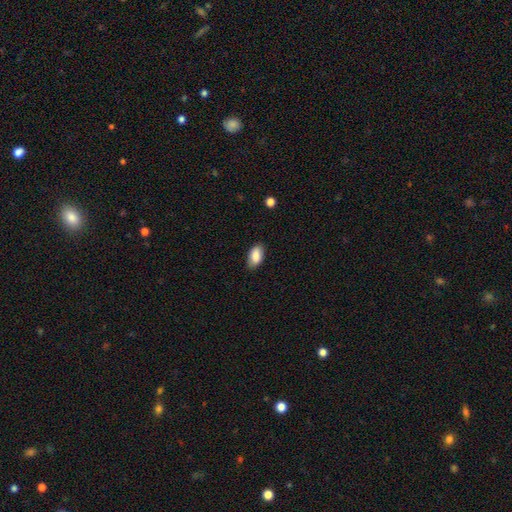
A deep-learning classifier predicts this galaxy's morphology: smooth_or_featured: smooth (p=0.87) [alt: star or artifact p=0.07]
how_rounded: in between (p=0.93) [alt: round p=0.04]
merging: none (p=0.83) [alt: minor disturbance p=0.14]